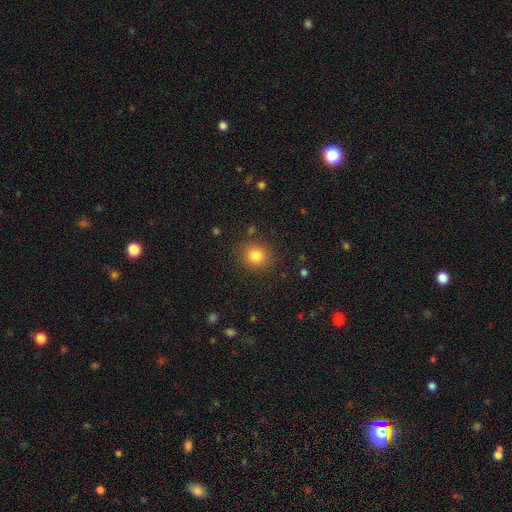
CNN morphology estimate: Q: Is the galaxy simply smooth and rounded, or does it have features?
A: smooth — 83%.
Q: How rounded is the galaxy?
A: round — 85%.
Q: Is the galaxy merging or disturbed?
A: none — 87%.